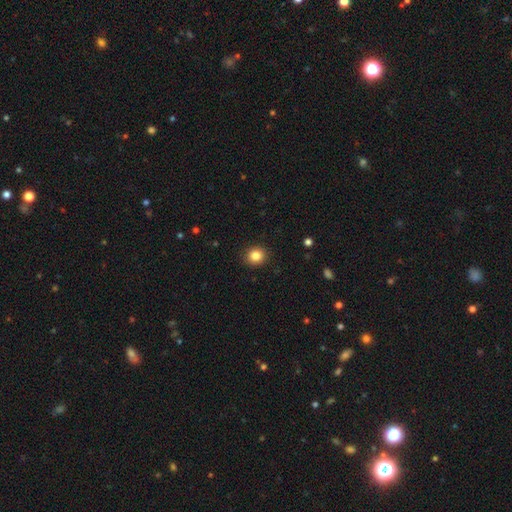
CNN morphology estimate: A smooth galaxy with no disk features (84%) that is round (84%). Merging: none (91%).